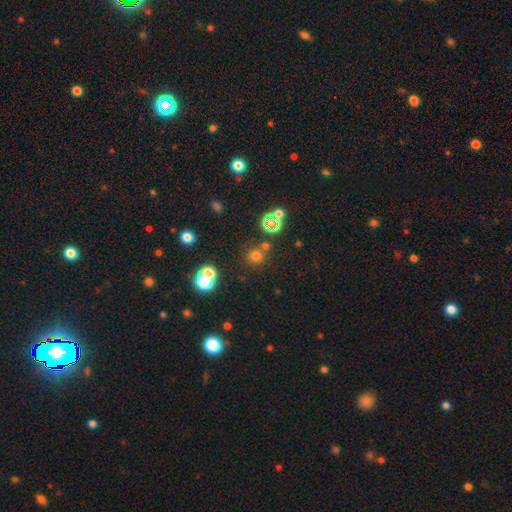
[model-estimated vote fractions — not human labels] A smooth galaxy with no disk features (66%) that is round (91%). Merging: none (74%).